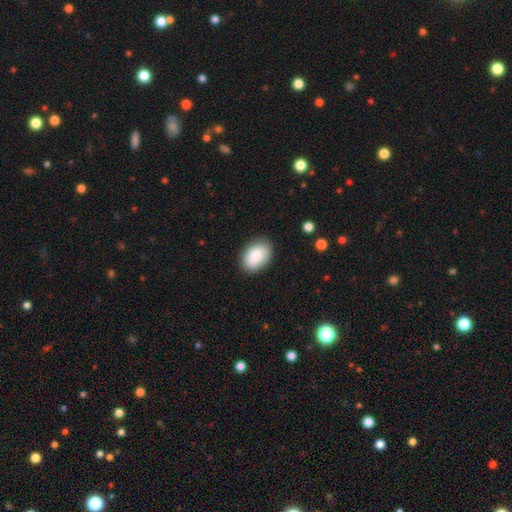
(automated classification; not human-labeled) This appears to be a smooth galaxy with no disk features (87%) that is in between round and cigar-shaped (88%). Merging: none (86%).